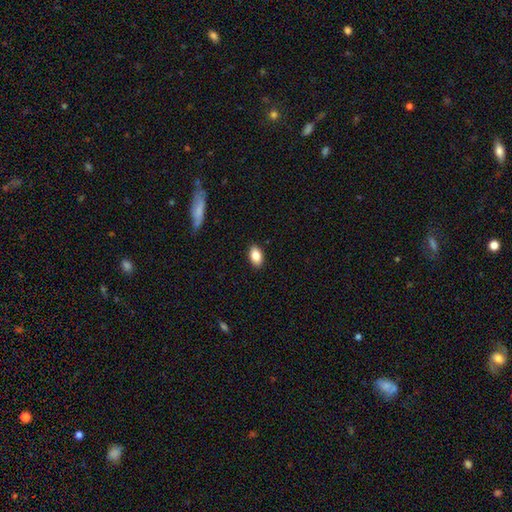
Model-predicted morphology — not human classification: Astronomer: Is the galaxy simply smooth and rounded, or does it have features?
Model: smooth — 85%.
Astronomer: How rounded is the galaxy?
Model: in between — 92%.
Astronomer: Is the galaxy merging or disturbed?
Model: none — 89%.